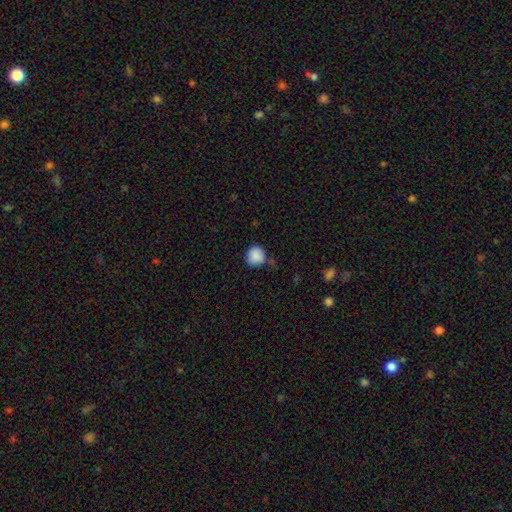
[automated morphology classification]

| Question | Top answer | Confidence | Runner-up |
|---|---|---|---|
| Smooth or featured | smooth | 88% | star or artifact (8%) |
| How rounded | round | 91% | in between (8%) |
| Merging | none | 74% | minor disturbance (17%) |